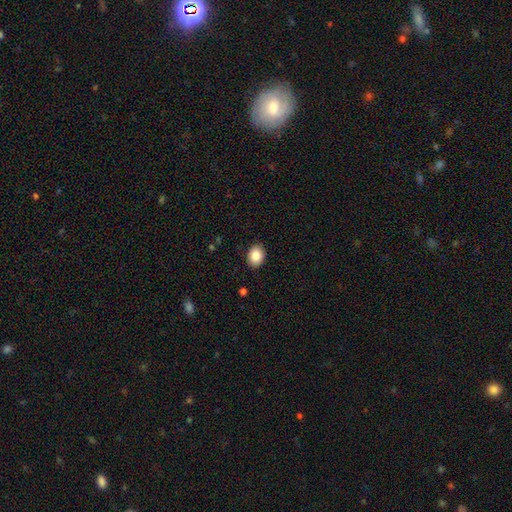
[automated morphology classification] Smooth or featured? smooth (85%)
How rounded? in between (60%)
Merging? none (90%)